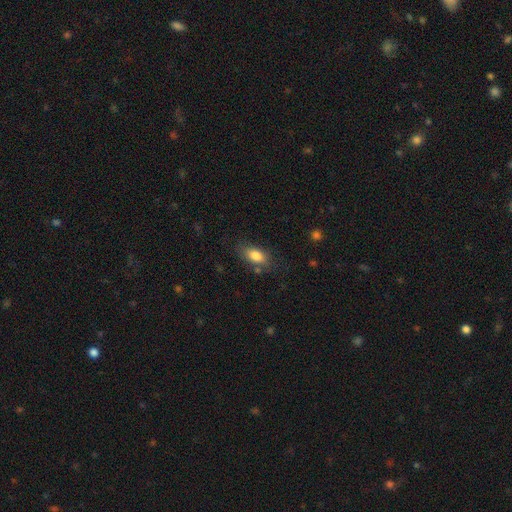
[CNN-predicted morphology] The model was most divided on "merging": none: 74%, minor disturbance: 18%, major disturbance: 5%, merger: 3%. More confident: how rounded — in between (88%); smooth or featured — smooth (83%).